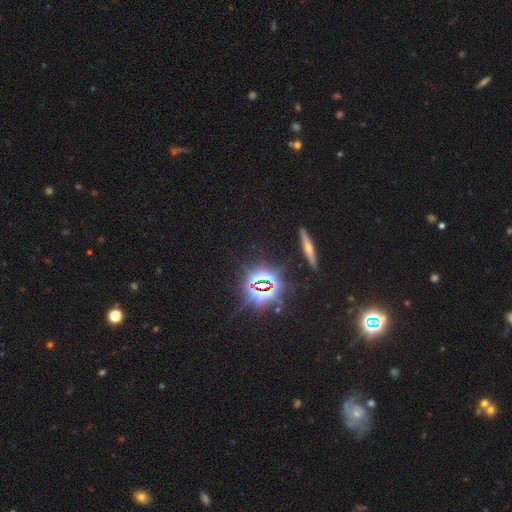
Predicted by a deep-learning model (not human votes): smooth-or-featured: star or artifact: 79% | smooth: 12% | featured or disk: 9%